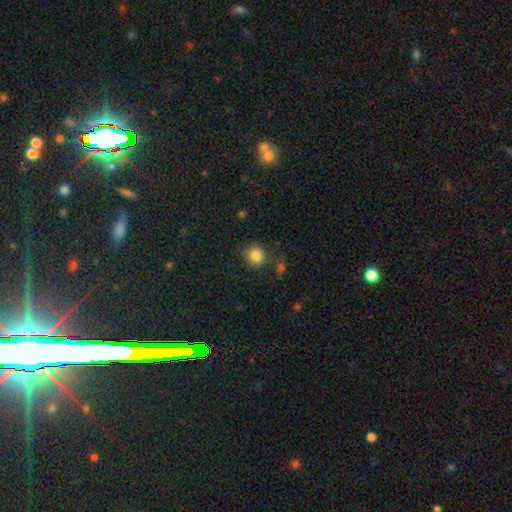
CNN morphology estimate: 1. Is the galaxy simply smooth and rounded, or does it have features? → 85% smooth, 10% star or artifact, 5% featured or disk.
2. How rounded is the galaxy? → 87% round, 12% in between, 1% cigar-shaped.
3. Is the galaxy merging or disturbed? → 79% none, 12% minor disturbance, 6% merger, 4% major disturbance.